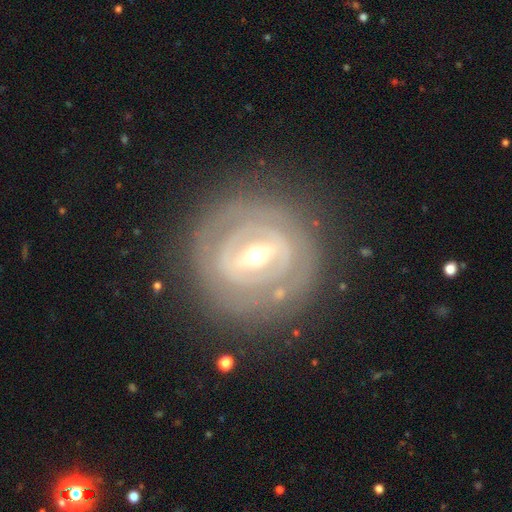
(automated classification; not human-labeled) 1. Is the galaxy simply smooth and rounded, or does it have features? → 81% featured or disk, 13% smooth, 6% star or artifact.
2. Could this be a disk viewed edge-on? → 93% no, 7% yes.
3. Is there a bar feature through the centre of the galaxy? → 56% strong, 32% weak, 11% no.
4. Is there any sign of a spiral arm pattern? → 61% yes, 39% no.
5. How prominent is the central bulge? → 48% moderate, 46% small, 4% large, 1% dominant, 1% none.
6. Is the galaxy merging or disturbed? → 82% none, 11% minor disturbance, 6% major disturbance, 1% merger.